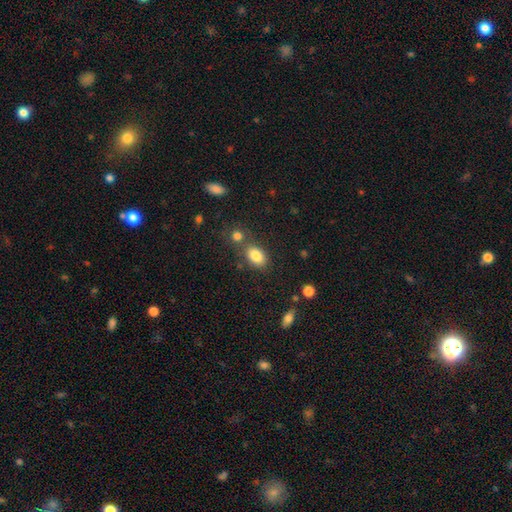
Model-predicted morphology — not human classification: Q: Smooth or featured?
A: smooth (83%); runner-up: star or artifact (9%)
Q: How rounded?
A: in between (86%); runner-up: round (13%)
Q: Merging?
A: none (65%); runner-up: merger (19%)